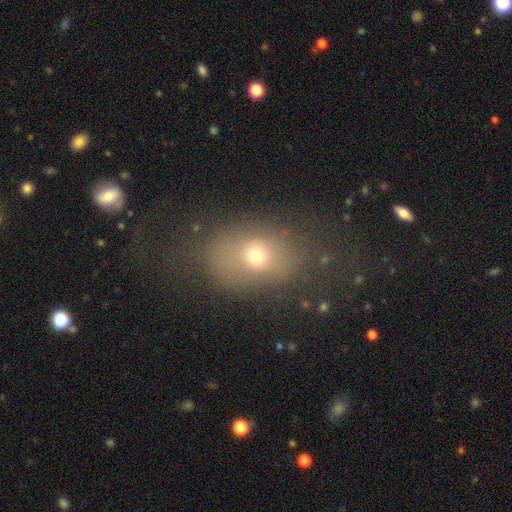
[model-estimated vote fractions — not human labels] A smooth galaxy with no disk features (64%) that is in between round and cigar-shaped (55%).

Vote fractions:
- Smooth or featured? smooth: 64% / star or artifact: 19% / featured or disk: 18%
- How rounded? in between: 55% / round: 43% / cigar-shaped: 1%
- Merging? none: 60% / minor disturbance: 19% / major disturbance: 16% / merger: 5%